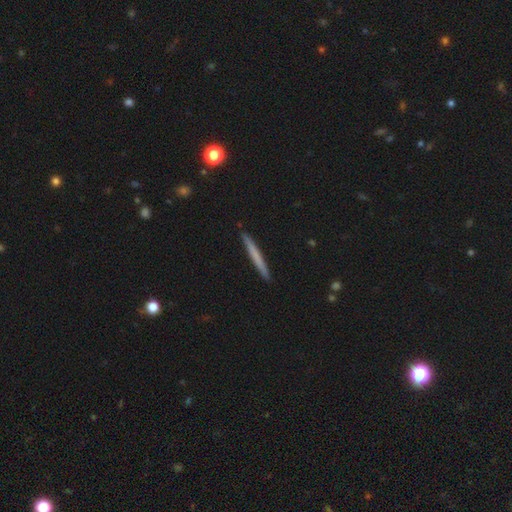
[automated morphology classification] Overall: smooth (62%; featured or disk 32%). How rounded: cigar-shaped (97%). Merging: none (91%).